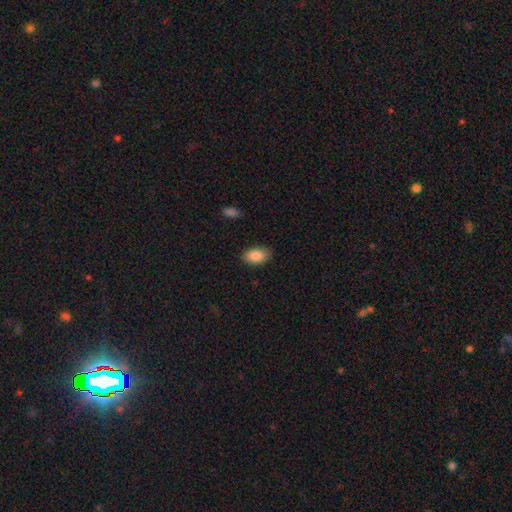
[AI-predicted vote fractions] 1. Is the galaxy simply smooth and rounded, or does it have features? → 87% smooth, 7% star or artifact, 6% featured or disk.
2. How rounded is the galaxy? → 91% in between, 7% round, 1% cigar-shaped.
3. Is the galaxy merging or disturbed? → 84% none, 12% minor disturbance, 3% major disturbance, 1% merger.